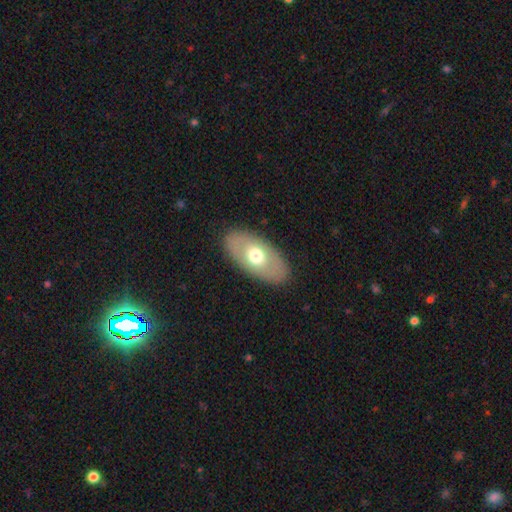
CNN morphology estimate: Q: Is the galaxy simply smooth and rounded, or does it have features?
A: smooth — 58%.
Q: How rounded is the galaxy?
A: in between — 92%.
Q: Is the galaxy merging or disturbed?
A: none — 87%.